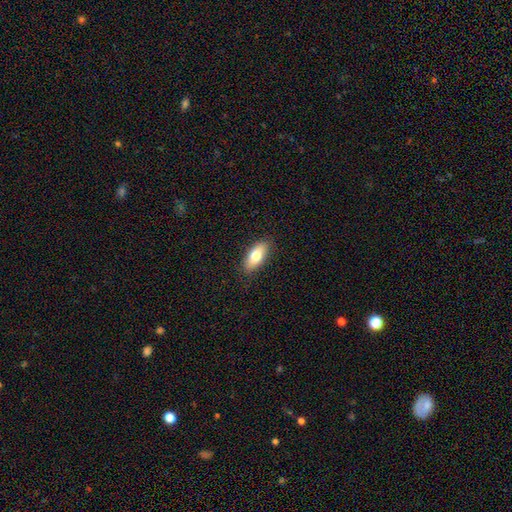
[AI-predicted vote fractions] smooth 76%, featured or disk 18%, star or artifact 7%. Down the decision tree: how rounded — in between (84%); merging — none (87%).